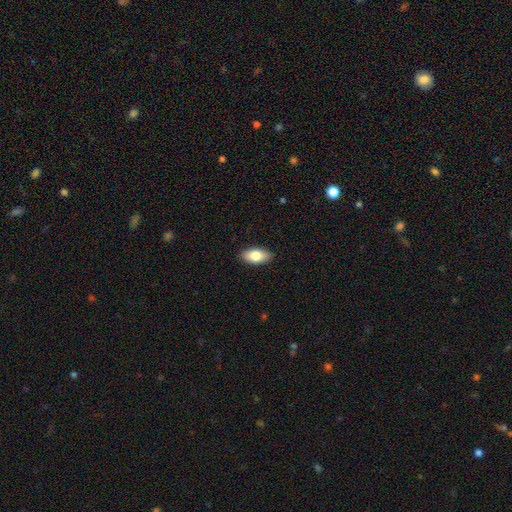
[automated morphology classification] Smooth or featured: smooth — 80% (featured or disk — 13%)
How rounded: in between — 91% (cigar-shaped — 5%)
Merging: none — 89% (minor disturbance — 8%)